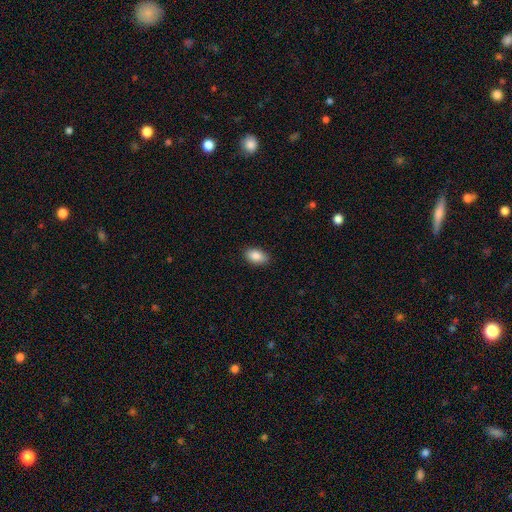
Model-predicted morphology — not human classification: smooth 87%, star or artifact 7%, featured or disk 5%. Down the decision tree: how rounded — in between (90%); merging — none (85%).